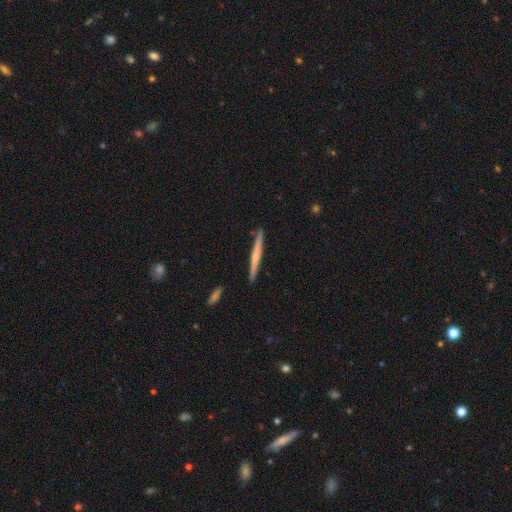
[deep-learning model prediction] smooth_or_featured: featured or disk (p=0.54) [alt: smooth p=0.40]
disk_edge_on: yes (p=0.97) [alt: no p=0.03]
edge_on_bulge: rounded (p=0.51) [alt: none p=0.43]
merging: none (p=0.90) [alt: minor disturbance p=0.07]